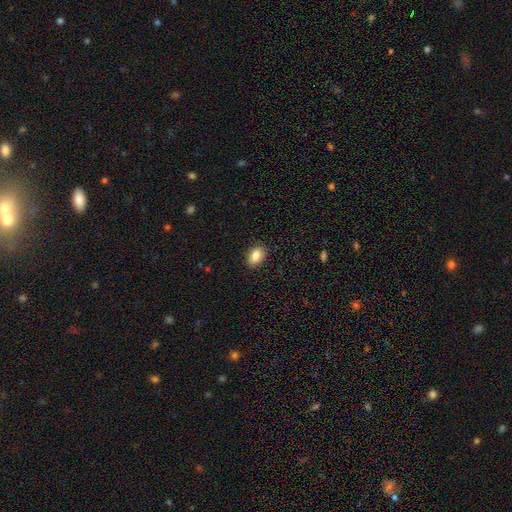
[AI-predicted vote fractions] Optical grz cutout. It shows a smooth galaxy with no disk features (84%) that is in between round and cigar-shaped (83%). Merging: none (89%).